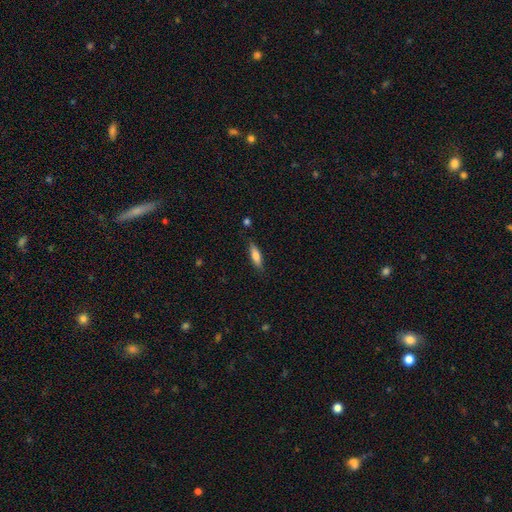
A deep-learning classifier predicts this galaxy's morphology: Q: Smooth or featured?
A: smooth (71%); runner-up: featured or disk (23%)
Q: How rounded?
A: cigar-shaped (58%); runner-up: in between (41%)
Q: Merging?
A: none (83%); runner-up: minor disturbance (12%)